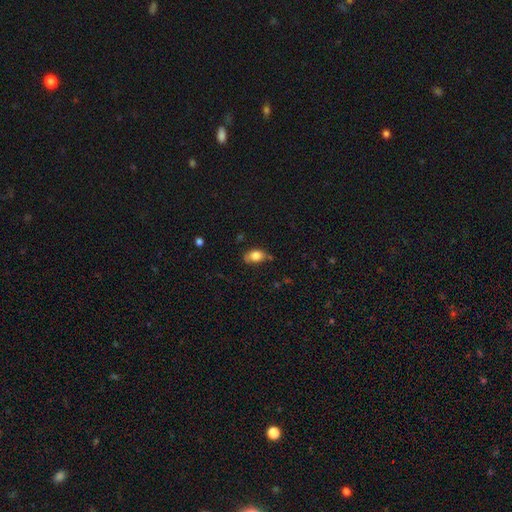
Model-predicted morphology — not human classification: Smooth or featured?
  - smooth: 80% *
  - featured or disk: 11%
  - star or artifact: 8%
How rounded?
  - in between: 85% *
  - round: 12%
  - cigar-shaped: 3%
Merging?
  - none: 64% *
  - minor disturbance: 27%
  - major disturbance: 5%
  - merger: 3%